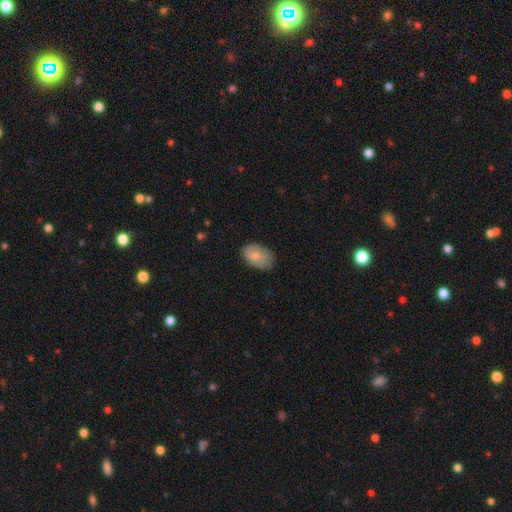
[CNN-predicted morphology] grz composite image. It shows a smooth galaxy with no disk features (77%) that is in between round and cigar-shaped (88%). Merging: none (71%).